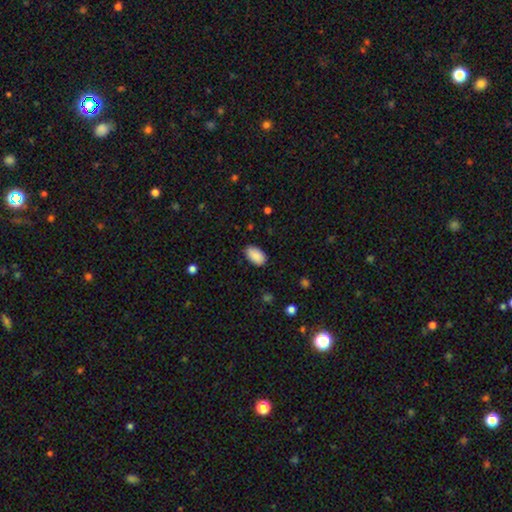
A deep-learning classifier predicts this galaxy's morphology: smooth-or-featured: smooth: 89% | star or artifact: 7% | featured or disk: 4%
  how-rounded: in between: 94% | round: 4% | cigar-shaped: 2%
  merging: none: 82% | minor disturbance: 14% | major disturbance: 2% | merger: 1%